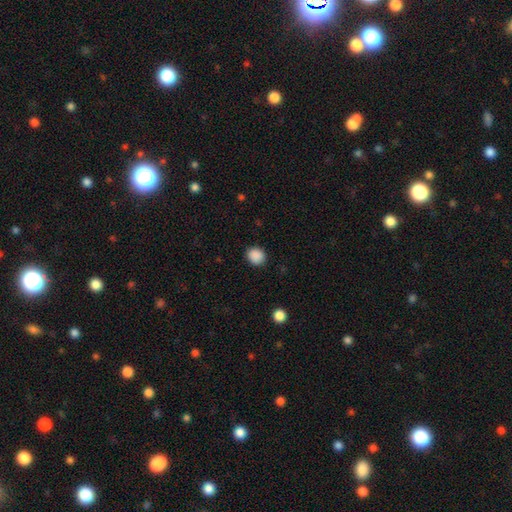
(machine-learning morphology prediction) A smooth galaxy with no disk features (89%) that is round (77%).

Vote fractions:
- Smooth or featured? smooth: 89% / star or artifact: 9% / featured or disk: 2%
- How rounded? round: 77% / in between: 23% / cigar-shaped: 1%
- Merging? none: 89% / minor disturbance: 7% / major disturbance: 2% / merger: 1%